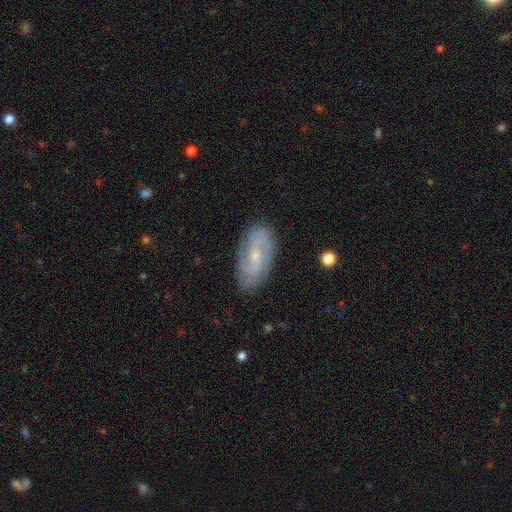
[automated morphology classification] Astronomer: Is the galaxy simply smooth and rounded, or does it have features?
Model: featured or disk — 79%.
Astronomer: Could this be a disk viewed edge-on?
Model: no — 95%.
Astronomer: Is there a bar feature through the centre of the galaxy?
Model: no — 52% (runner-up: weak, 40%).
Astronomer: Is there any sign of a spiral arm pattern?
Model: yes — 95%.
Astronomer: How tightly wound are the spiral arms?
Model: tight — 42%, tied with medium at 42%.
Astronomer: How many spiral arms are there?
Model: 2 — 60%.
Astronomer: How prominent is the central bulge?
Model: small — 65%.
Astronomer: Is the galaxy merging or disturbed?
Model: none — 83%.